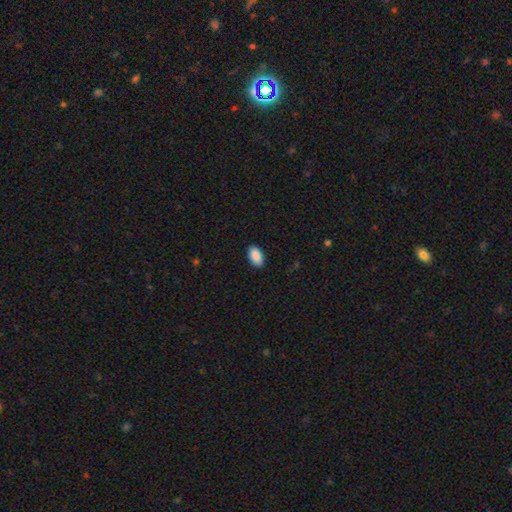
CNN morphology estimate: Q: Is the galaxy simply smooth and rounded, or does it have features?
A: smooth — 90%.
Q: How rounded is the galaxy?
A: in between — 95%.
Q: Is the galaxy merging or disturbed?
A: none — 89%.